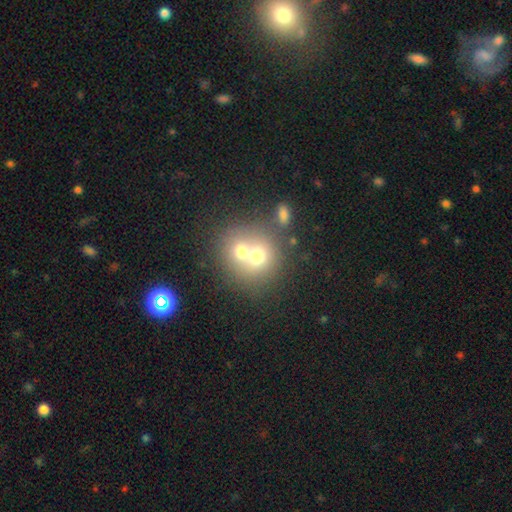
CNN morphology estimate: Smooth or featured? Predicted: smooth (p=0.63). How rounded? Predicted: round (p=0.83). Merging? Predicted: merger (p=0.62).